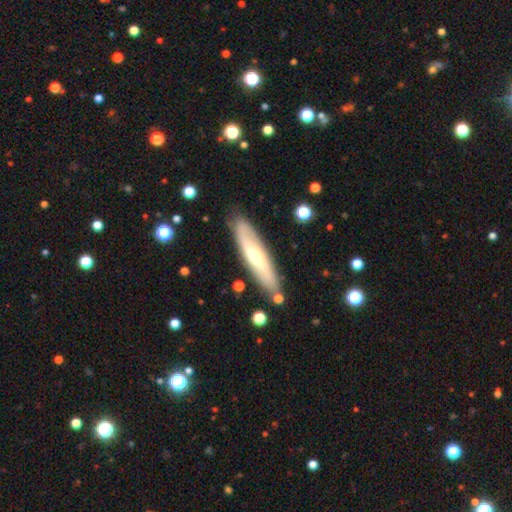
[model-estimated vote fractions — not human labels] Smooth or featured: featured or disk — 52% (smooth — 42%)
Edge-on disk: yes — 56% (no — 44%)
Merging: none — 84% (minor disturbance — 11%)